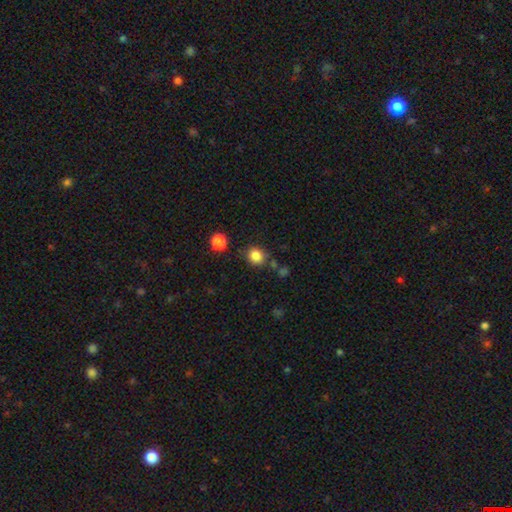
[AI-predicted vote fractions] Smooth or featured? Predicted: smooth (p=0.84). How rounded? Predicted: round (p=0.77). Merging? Predicted: none (p=0.78).